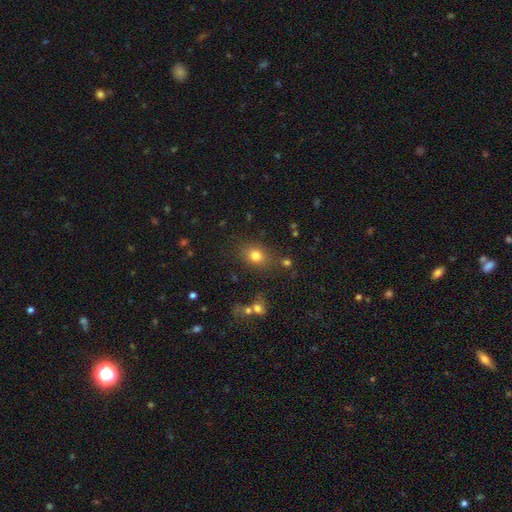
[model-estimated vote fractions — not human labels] This appears to be a smooth galaxy with no disk features (78%) that is round (50%). Merging: none (78%).